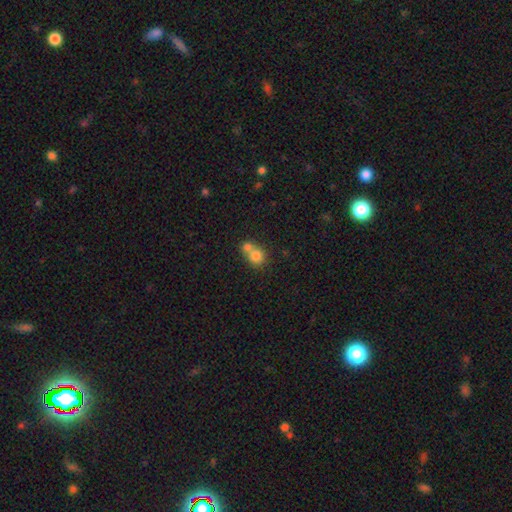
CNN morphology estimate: Overall: smooth (77%). How rounded: round (79%). Merging: merger (60%; none 31%).